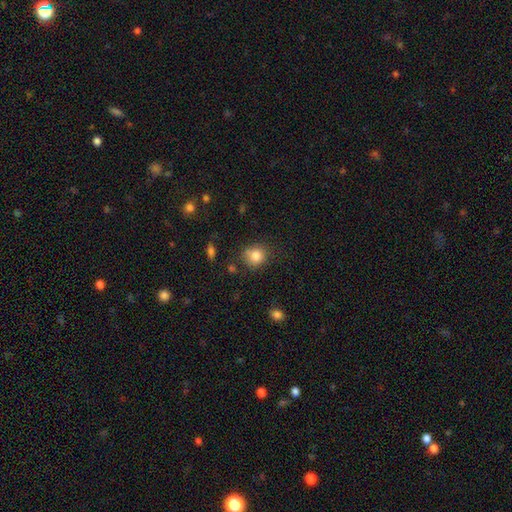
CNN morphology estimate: smooth 81%, star or artifact 11%, featured or disk 8%. Down the decision tree: how rounded — round (79%); merging — none (72%).